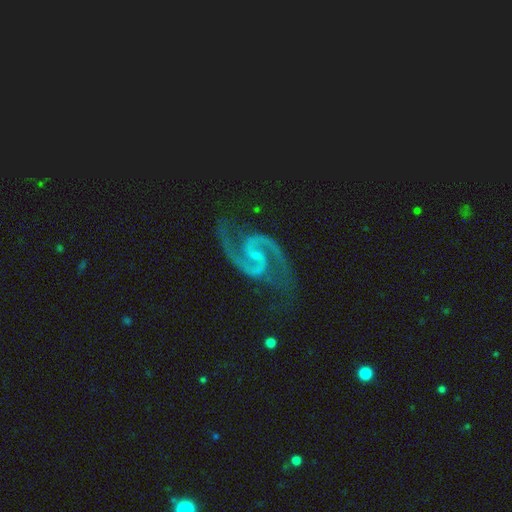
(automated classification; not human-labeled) This appears to be a featured or disk galaxy (94%) with a weak bar (46%), 2 (95%) medium (65%) spiral arms (99%) and a small central bulge (73%). Merging: none (73%).